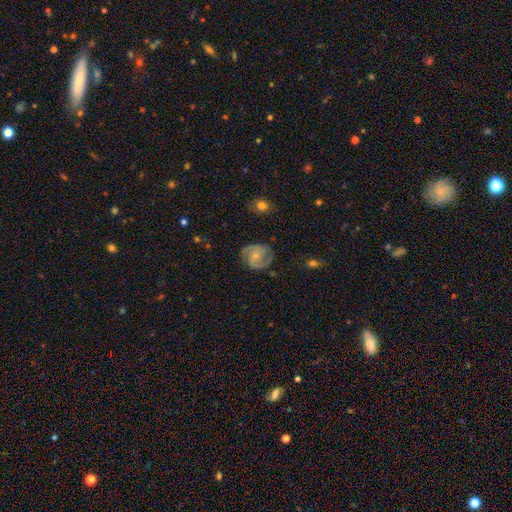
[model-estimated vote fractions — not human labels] Morphology: type=featured or disk (75%); edge-on=no (98%); bar=no (61%); spiral arms=yes (94%); winding=medium (48%); arm count=2 (80%); bulge=small (51%); merging=none (76%).